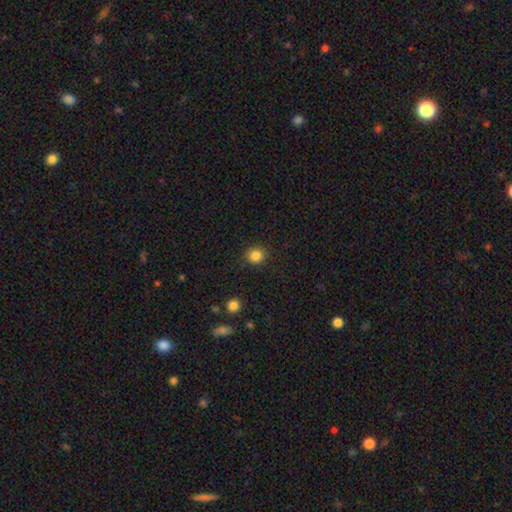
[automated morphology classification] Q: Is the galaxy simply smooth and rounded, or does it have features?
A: smooth — 85%.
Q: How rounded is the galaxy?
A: round — 87%.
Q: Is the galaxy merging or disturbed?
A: none — 90%.